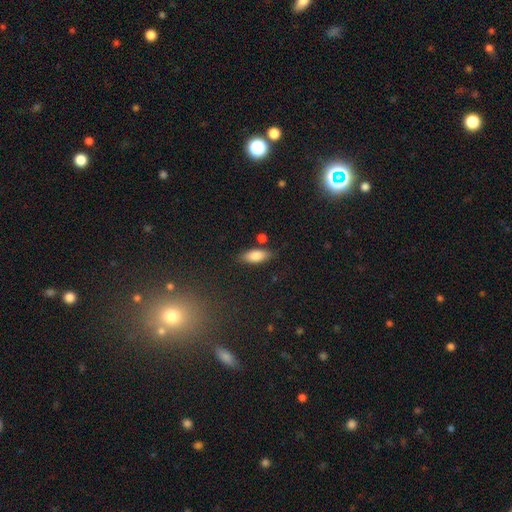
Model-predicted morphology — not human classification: smooth 83%, featured or disk 10%, star or artifact 7%. Down the decision tree: how rounded — in between (80%); merging — none (76%).